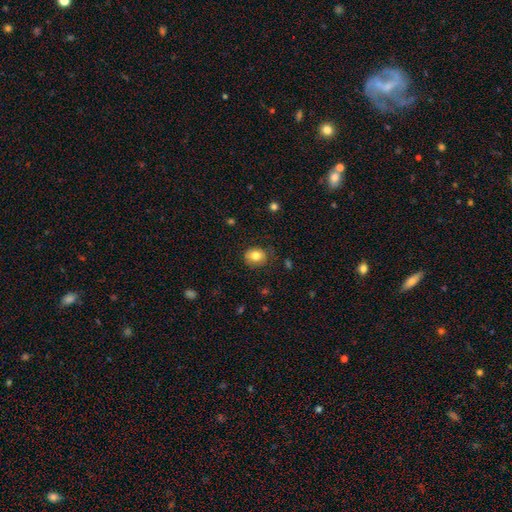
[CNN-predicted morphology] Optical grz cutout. It shows a smooth galaxy with no disk features (80%) that is round (58%). Merging: none (75%).